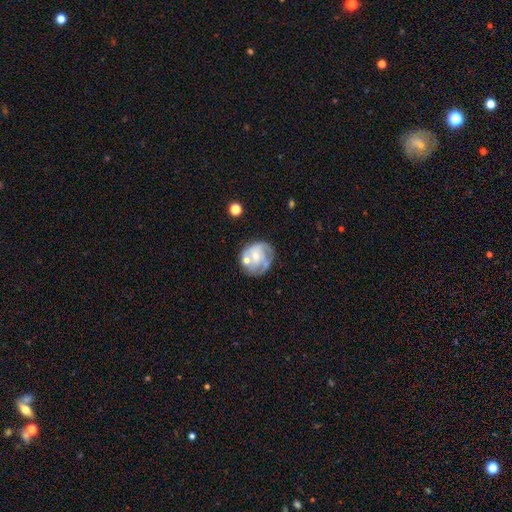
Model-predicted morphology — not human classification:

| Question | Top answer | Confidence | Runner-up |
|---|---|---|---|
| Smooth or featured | featured or disk | 64% | smooth (29%) |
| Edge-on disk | no | 98% | yes (2%) |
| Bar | no | 77% | weak (19%) |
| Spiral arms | yes | 63% | no (37%) |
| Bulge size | small | 56% | moderate (36%) |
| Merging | none | 49% | minor disturbance (22%) |